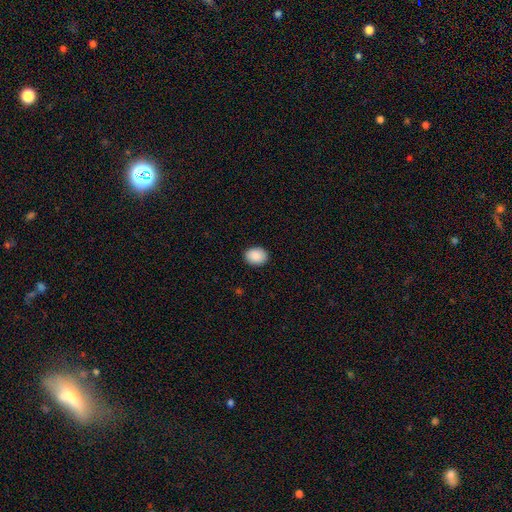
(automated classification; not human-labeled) This is clearly a smooth galaxy (90%). How rounded: possibly in between (59%). Merging: clearly none (90%).